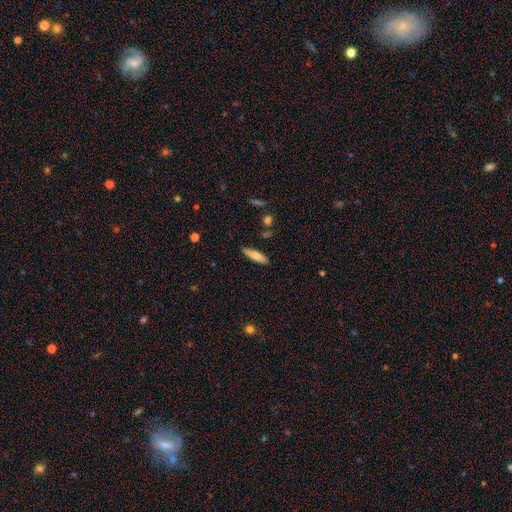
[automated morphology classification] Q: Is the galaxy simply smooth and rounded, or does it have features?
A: smooth — 68%.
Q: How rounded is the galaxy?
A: cigar-shaped — 67%.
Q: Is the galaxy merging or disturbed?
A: none — 85%.